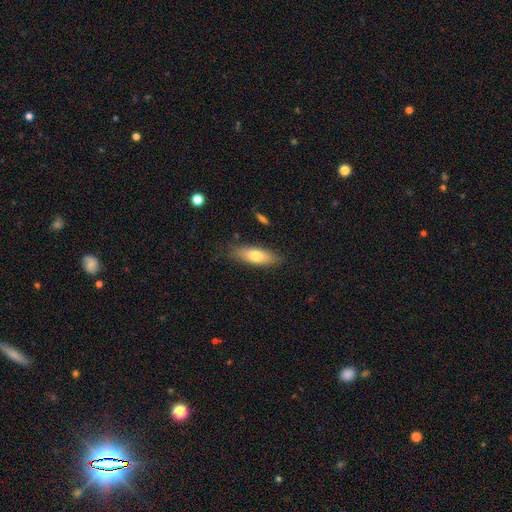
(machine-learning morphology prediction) This is likely a smooth galaxy (72%). How rounded: likely in between (60%). Merging: clearly none (81%).